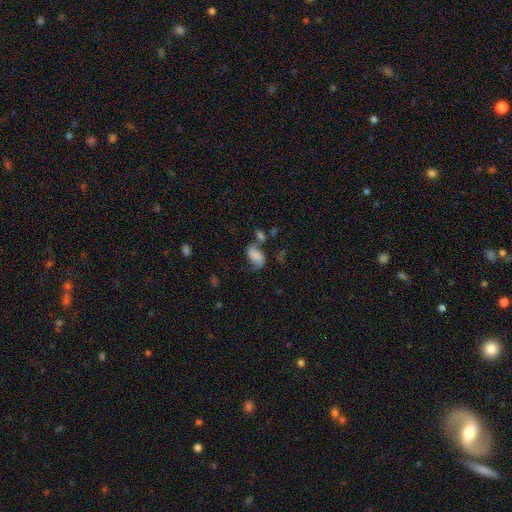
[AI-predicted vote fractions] Morphology: type=smooth (53%); roundness=in between (89%); merging=none (34%).